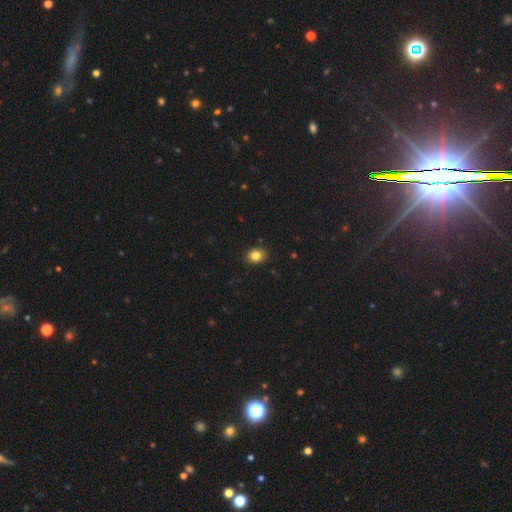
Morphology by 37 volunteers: This is clearly a smooth galaxy (86%). How rounded: possibly round (56%). Merging: clearly none (100%).